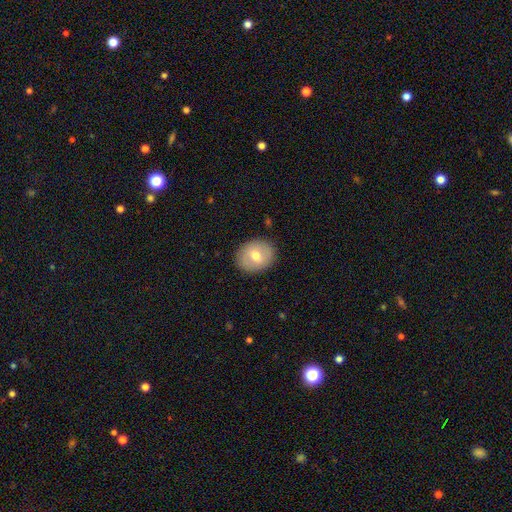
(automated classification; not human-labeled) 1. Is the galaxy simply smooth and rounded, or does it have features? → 62% smooth, 31% featured or disk, 7% star or artifact.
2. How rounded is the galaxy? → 61% round, 38% in between, 1% cigar-shaped.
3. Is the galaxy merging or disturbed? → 87% none, 9% minor disturbance, 3% major disturbance, 1% merger.